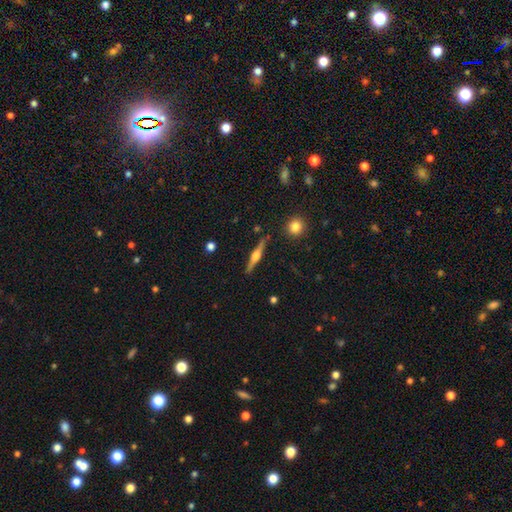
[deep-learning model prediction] A featured or disk galaxy (75%) viewed edge-on (98%) with a rounded central bulge (91%).

Vote fractions:
- Smooth or featured? featured or disk: 75% / smooth: 20% / star or artifact: 6%
- Edge-on disk? yes: 98% / no: 2%
- Edge-on bulge? rounded: 91% / boxy: 6% / none: 2%
- Merging? none: 89% / minor disturbance: 8% / merger: 2% / major disturbance: 2%